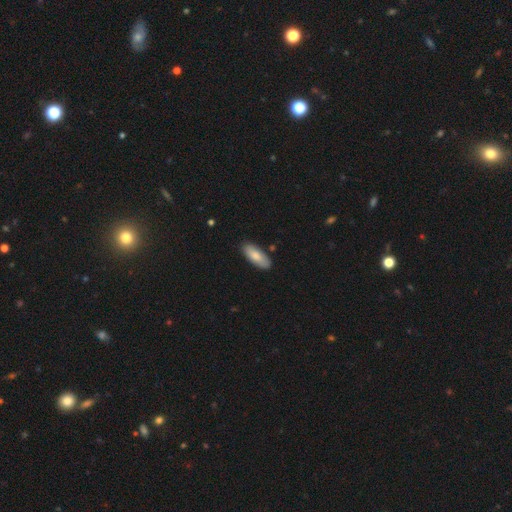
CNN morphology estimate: Q: Smooth or featured?
A: smooth (81%); runner-up: featured or disk (14%)
Q: How rounded?
A: in between (79%); runner-up: cigar-shaped (20%)
Q: Merging?
A: none (86%); runner-up: minor disturbance (11%)